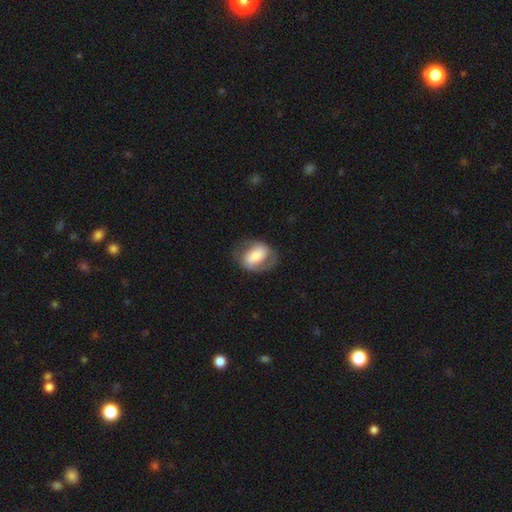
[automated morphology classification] smooth_or_featured: smooth (p=0.51) [alt: featured or disk p=0.42]
how_rounded: in between (p=0.75) [alt: round p=0.24]
merging: none (p=0.65) [alt: minor disturbance p=0.21]